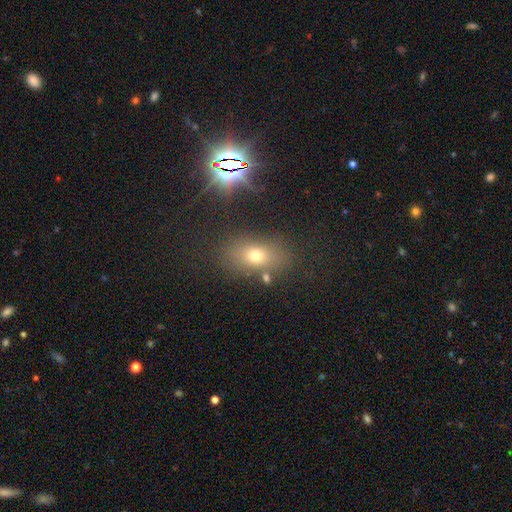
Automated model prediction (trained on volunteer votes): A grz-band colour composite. It shows a smooth galaxy with no disk features (63%) that is in between round and cigar-shaped (76%). Merging: none (76%).